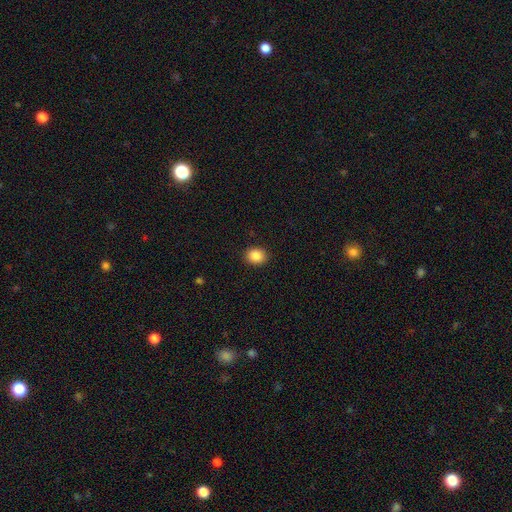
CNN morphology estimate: Overall: smooth (87%). How rounded: round (59%; in between 41%). Merging: none (91%).